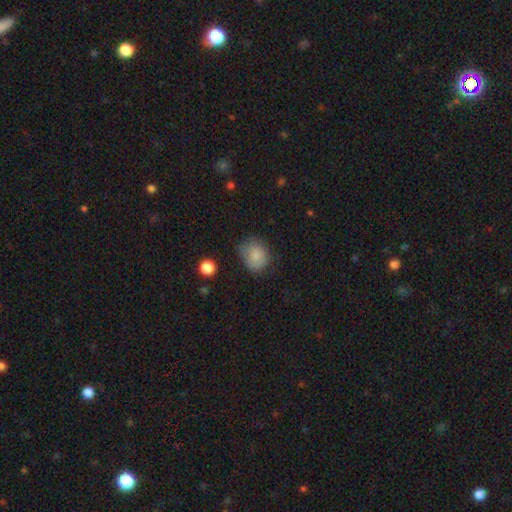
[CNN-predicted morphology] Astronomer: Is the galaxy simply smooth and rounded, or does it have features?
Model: smooth — 83%.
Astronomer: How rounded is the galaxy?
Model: round — 65%.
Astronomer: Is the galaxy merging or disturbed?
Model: none — 63%.